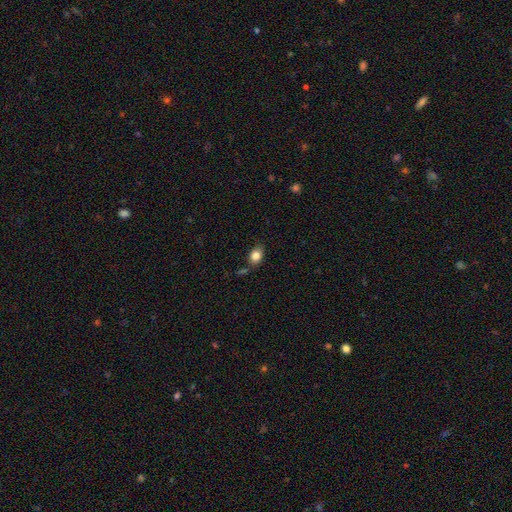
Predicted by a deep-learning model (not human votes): Smooth or featured? Predicted: smooth (p=0.84). How rounded? Predicted: in between (p=0.68). Merging? Predicted: none (p=0.72).